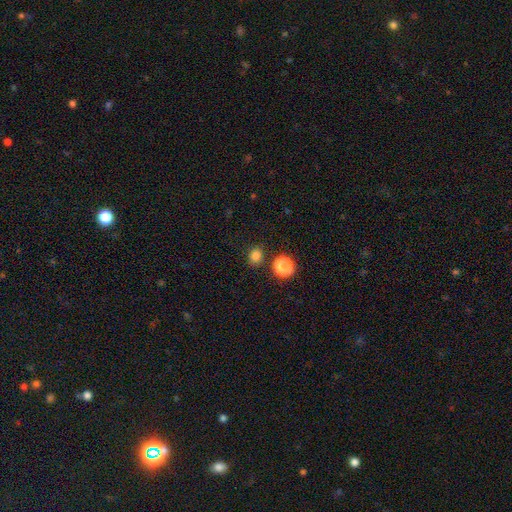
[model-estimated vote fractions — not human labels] Overall: smooth (80%). How rounded: round (66%; in between 33%). Merging: none (82%).